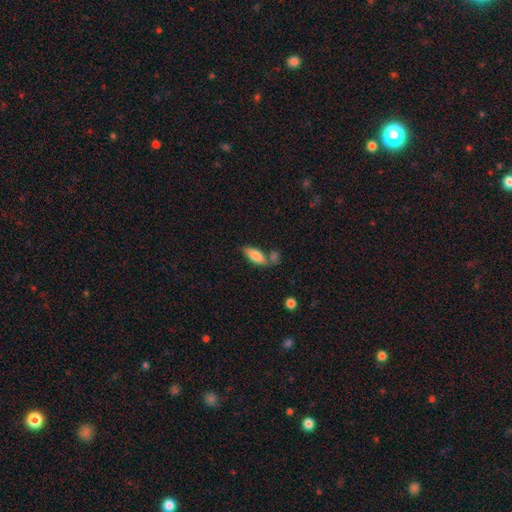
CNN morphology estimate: Q: Smooth or featured?
A: smooth (80%); runner-up: featured or disk (13%)
Q: How rounded?
A: in between (76%); runner-up: cigar-shaped (22%)
Q: Merging?
A: none (59%); runner-up: merger (22%)